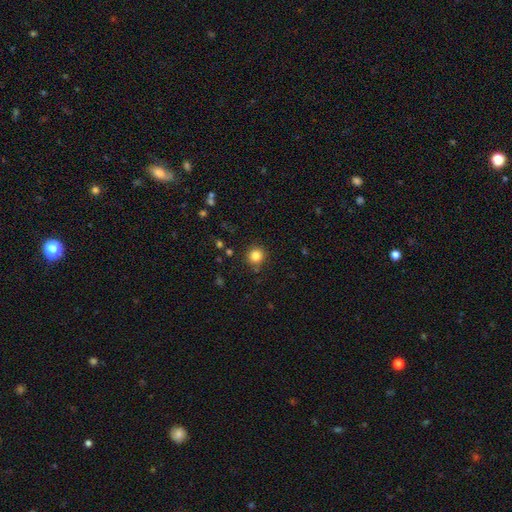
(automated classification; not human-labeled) Morphology: type=smooth (83%); roundness=round (93%); merging=none (88%).